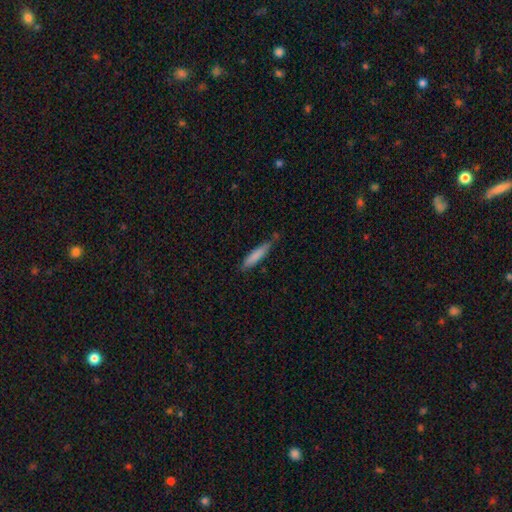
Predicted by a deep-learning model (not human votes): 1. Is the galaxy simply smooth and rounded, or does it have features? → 80% smooth, 13% featured or disk, 6% star or artifact.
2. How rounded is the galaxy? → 84% cigar-shaped, 14% in between, 1% round.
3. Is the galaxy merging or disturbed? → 68% none, 24% minor disturbance, 4% major disturbance, 4% merger.